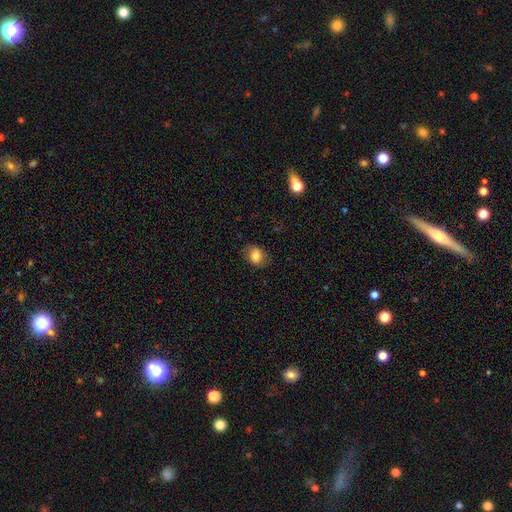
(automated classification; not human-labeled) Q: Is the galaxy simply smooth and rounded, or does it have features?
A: smooth — 80%.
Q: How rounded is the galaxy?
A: in between — 65%.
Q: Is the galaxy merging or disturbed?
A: none — 76%.